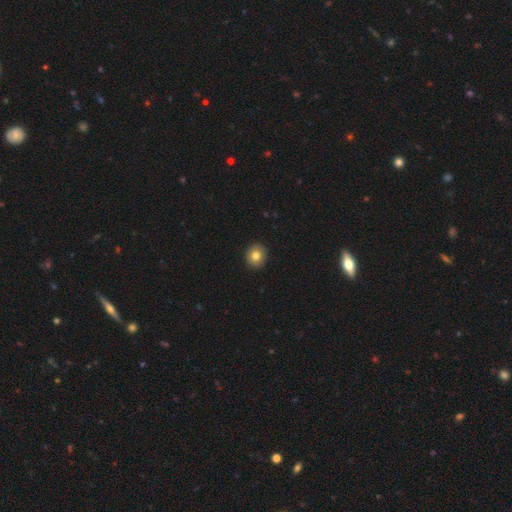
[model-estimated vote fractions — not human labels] This appears to be a smooth galaxy with no disk features (81%) that is round (82%). Merging: none (92%).